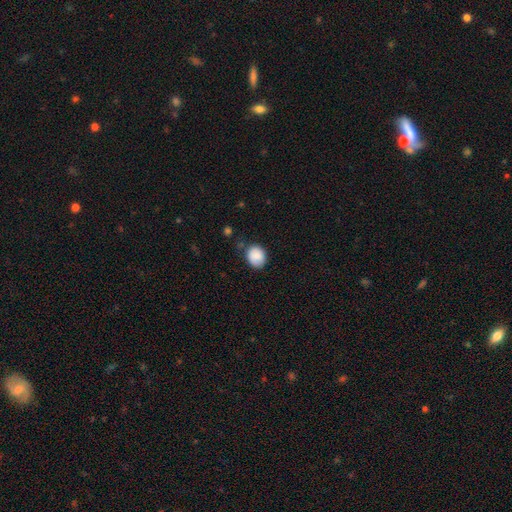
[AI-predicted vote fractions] The model was most divided on "how rounded": round: 56%, in between: 43%, cigar-shaped: 1%. More confident: smooth or featured — smooth (88%); merging — none (73%).